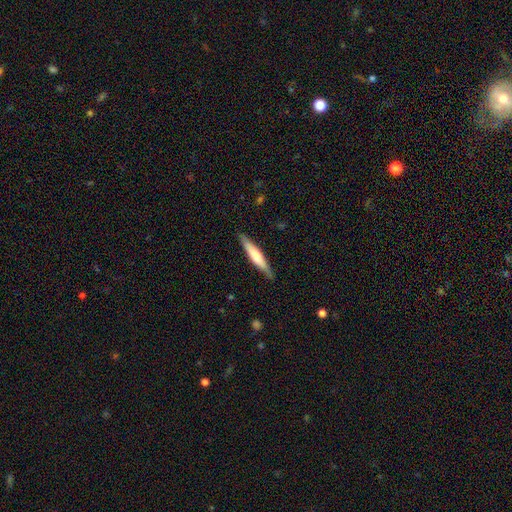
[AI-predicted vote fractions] smooth-or-featured: smooth: 54% | featured or disk: 41% | star or artifact: 5%
  how-rounded: cigar-shaped: 90% | in between: 9% | round: 1%
  merging: none: 86% | minor disturbance: 11% | major disturbance: 2% | merger: 1%